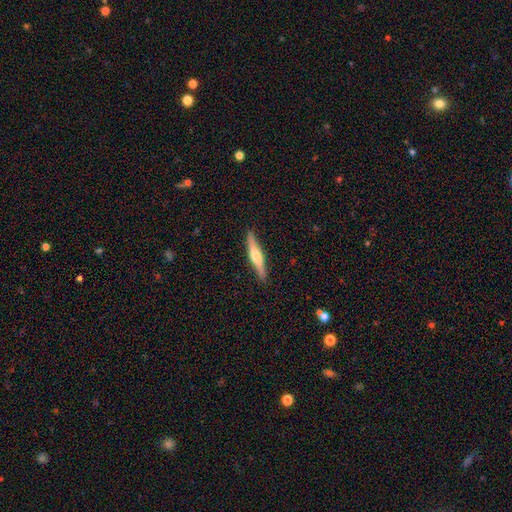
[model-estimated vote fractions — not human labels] The model was most divided on "smooth or featured": featured or disk: 55%, smooth: 40%, star or artifact: 6%. More confident: edge-on disk — yes (95%); merging — none (89%); edge-on bulge — rounded (74%).